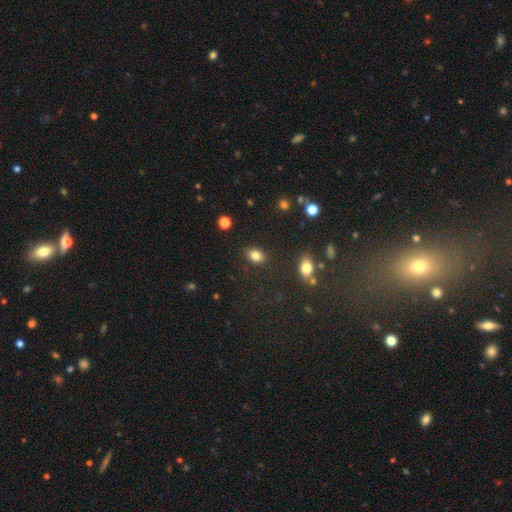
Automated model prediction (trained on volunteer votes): Morphology: type=smooth (83%); roundness=in between (78%); merging=none (85%).